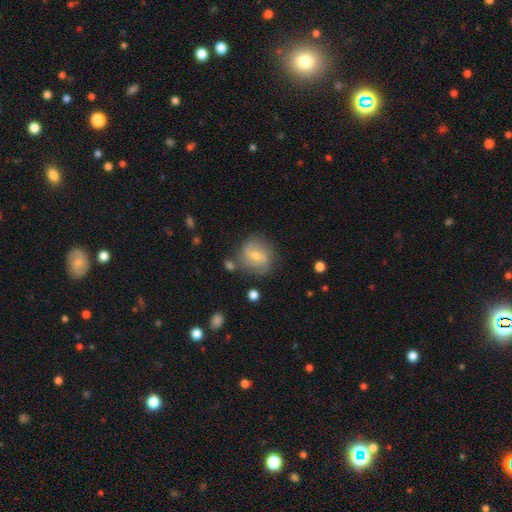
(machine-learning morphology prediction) Q: Smooth or featured?
A: featured or disk (52%); runner-up: smooth (40%)
Q: Edge-on disk?
A: no (96%); runner-up: yes (4%)
Q: Bar?
A: weak (49%); runner-up: no (39%)
Q: Spiral arms?
A: yes (79%); runner-up: no (21%)
Q: Bulge size?
A: moderate (59%); runner-up: small (36%)
Q: Merging?
A: none (68%); runner-up: minor disturbance (19%)